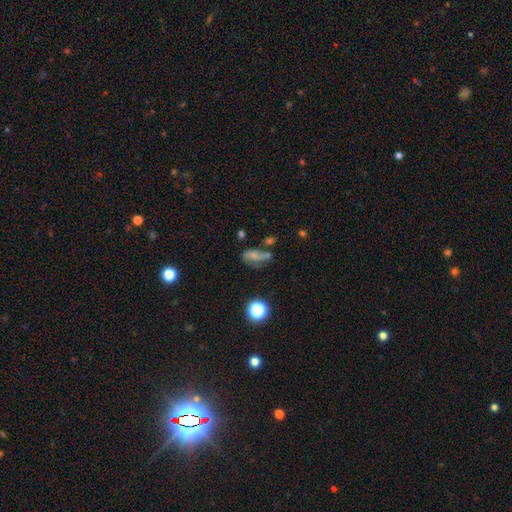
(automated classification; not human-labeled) Smooth or featured: smooth — 52% (featured or disk — 30%)
How rounded: in between — 76% (round — 15%)
Merging: none — 36% (minor disturbance — 24%)